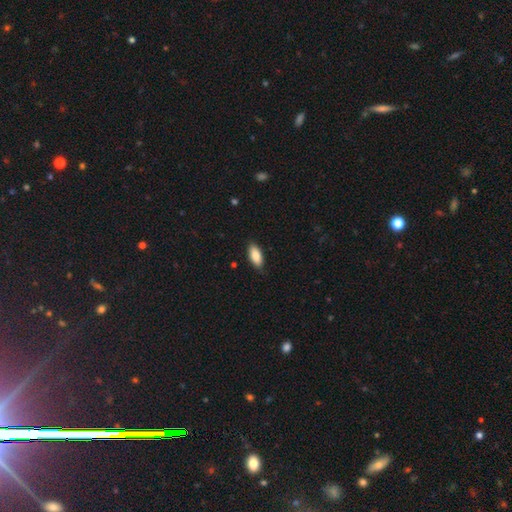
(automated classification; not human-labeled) Smooth or featured?
  - smooth: 87% *
  - featured or disk: 7%
  - star or artifact: 6%
How rounded?
  - in between: 87% *
  - cigar-shaped: 11%
  - round: 2%
Merging?
  - none: 83% *
  - minor disturbance: 14%
  - major disturbance: 2%
  - merger: 1%